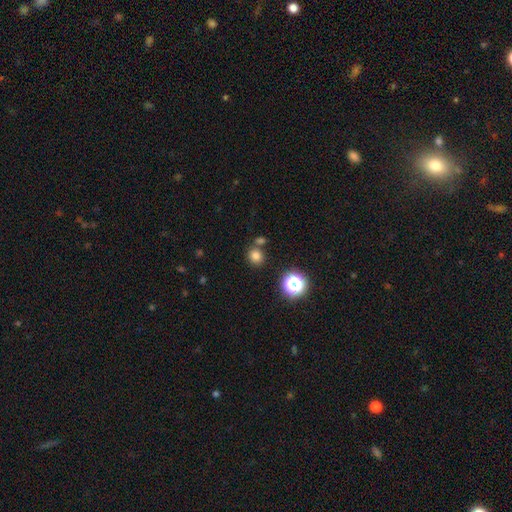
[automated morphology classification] smooth 78%, star or artifact 16%, featured or disk 6%. Down the decision tree: how rounded — round (82%); merging — none (74%).